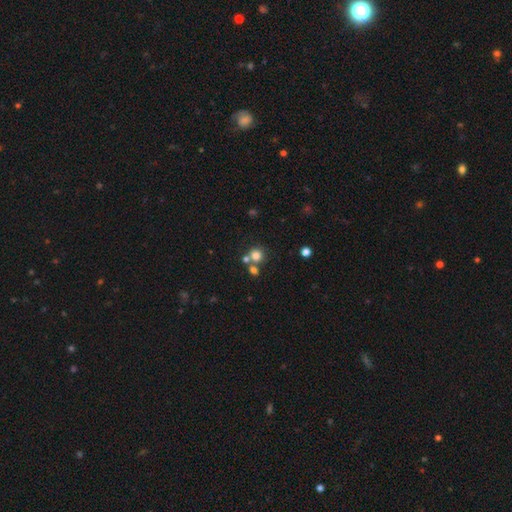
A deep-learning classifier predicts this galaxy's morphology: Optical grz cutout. It shows a smooth galaxy with no disk features (77%) that is round (88%). Merging: none (58%).